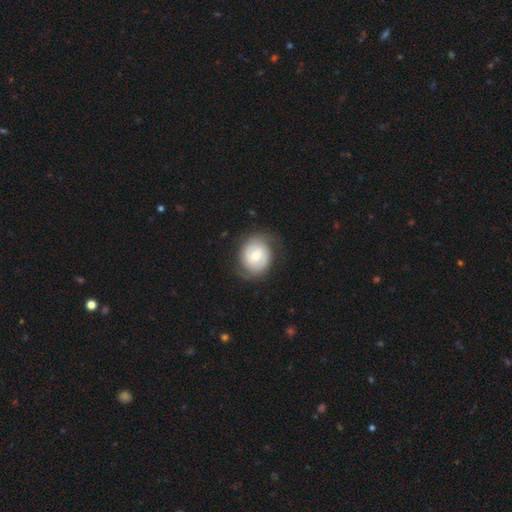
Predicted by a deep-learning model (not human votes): This is likely a featured or disk galaxy (64%). It is clearly not viewed edge-on (98%). Bar: likely no (62%). Spiral arm pattern: clearly yes (87%). Spiral arm count: likely 2 (71%). Spiral winding: possibly tight (55%). Central bulge: possibly moderate (59%). Merging: likely none (71%).